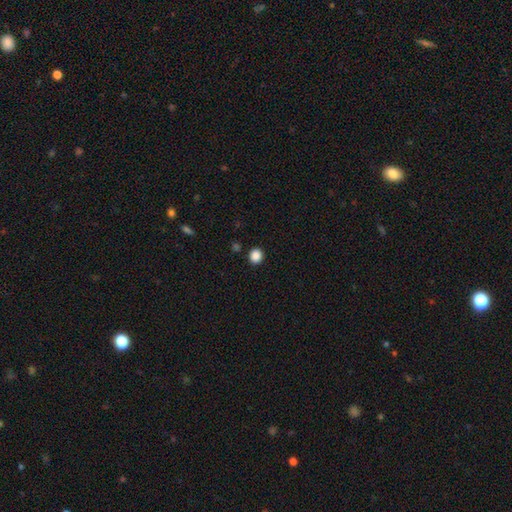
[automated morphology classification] A smooth galaxy with no disk features (87%) that is round (85%). Merging: none (91%).